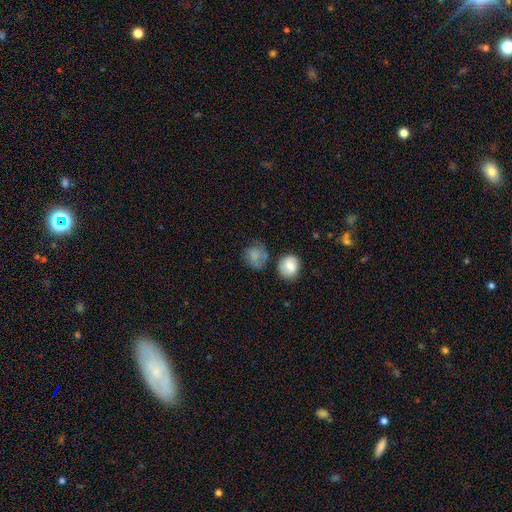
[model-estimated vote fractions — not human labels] Smooth or featured: smooth — 78% (featured or disk — 13%)
How rounded: round — 76% (in between — 23%)
Merging: none — 53% (minor disturbance — 25%)